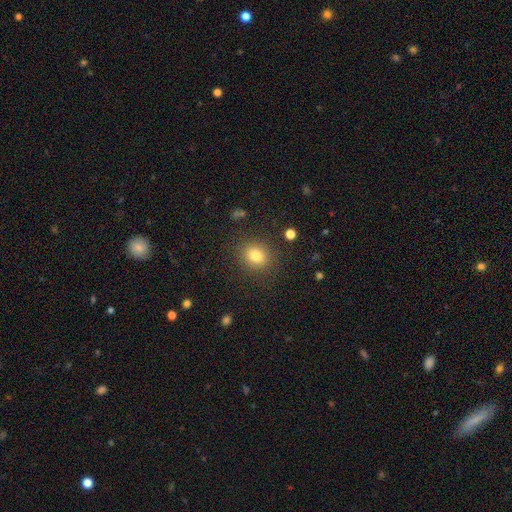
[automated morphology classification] smooth-or-featured: smooth: 80% | star or artifact: 12% | featured or disk: 8%
  how-rounded: round: 67% | in between: 32% | cigar-shaped: 1%
  merging: none: 86% | minor disturbance: 9% | major disturbance: 4% | merger: 2%